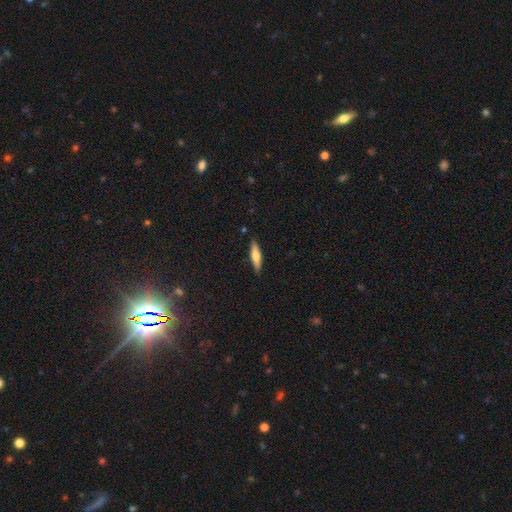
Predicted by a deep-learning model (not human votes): A smooth galaxy with no disk features (60%) that is cigar-shaped (77%).

Vote fractions:
- Smooth or featured? smooth: 60% / featured or disk: 35% / star or artifact: 6%
- How rounded? cigar-shaped: 77% / in between: 22% / round: 2%
- Merging? none: 88% / minor disturbance: 9% / major disturbance: 2% / merger: 1%